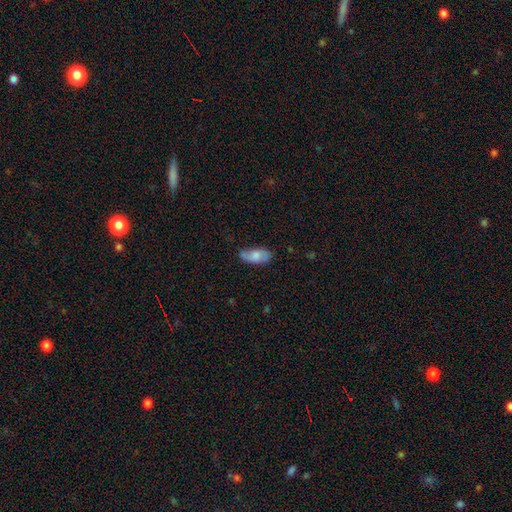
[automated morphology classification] Smooth or featured: smooth — 67% (featured or disk — 27%)
How rounded: in between — 89% (cigar-shaped — 8%)
Merging: none — 68% (minor disturbance — 24%)